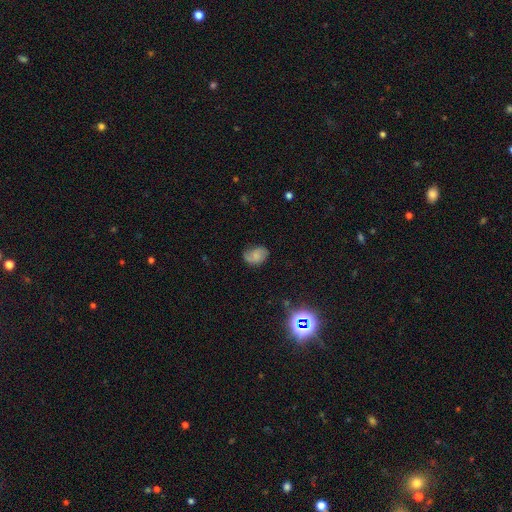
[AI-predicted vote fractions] smooth 53%, featured or disk 35%, star or artifact 13%. Down the decision tree: how rounded — in between (73%); merging — none (57%).